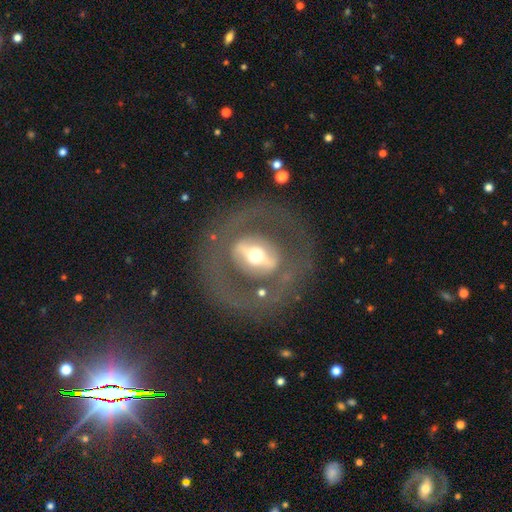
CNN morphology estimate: Smooth or featured?
  - featured or disk: 72% *
  - smooth: 21%
  - star or artifact: 7%
Edge-on disk?
  - no: 88% *
  - yes: 12%
Bar?
  - strong: 57% *
  - weak: 23%
  - no: 20%
Spiral arms?
  - no: 75% *
  - yes: 25%
Bulge size?
  - moderate: 63% *
  - large: 20%
  - small: 13%
  - dominant: 3%
  - none: 1%
Merging?
  - none: 72% *
  - major disturbance: 15%
  - minor disturbance: 11%
  - merger: 2%